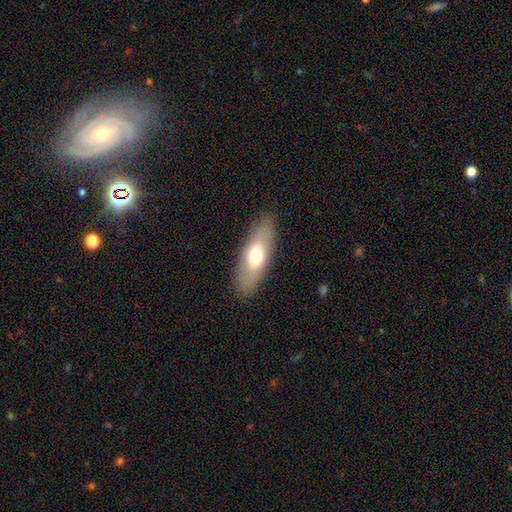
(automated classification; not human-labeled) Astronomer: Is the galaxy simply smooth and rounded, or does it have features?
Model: smooth — 64%.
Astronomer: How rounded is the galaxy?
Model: in between — 69%.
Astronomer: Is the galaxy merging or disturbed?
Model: none — 86%.